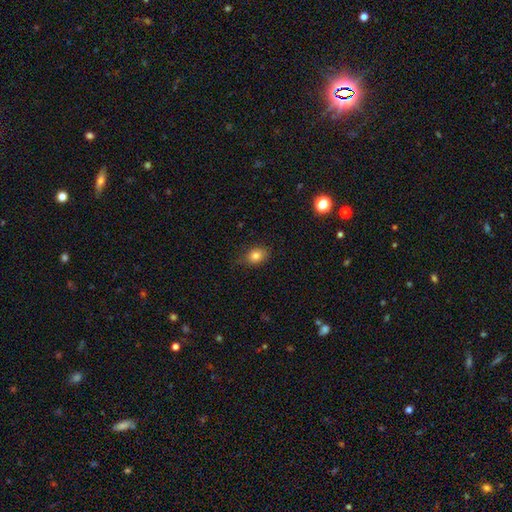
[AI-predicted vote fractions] smooth_or_featured: smooth (p=0.82) [alt: star or artifact p=0.11]
how_rounded: in between (p=0.62) [alt: round p=0.37]
merging: none (p=0.77) [alt: minor disturbance p=0.18]